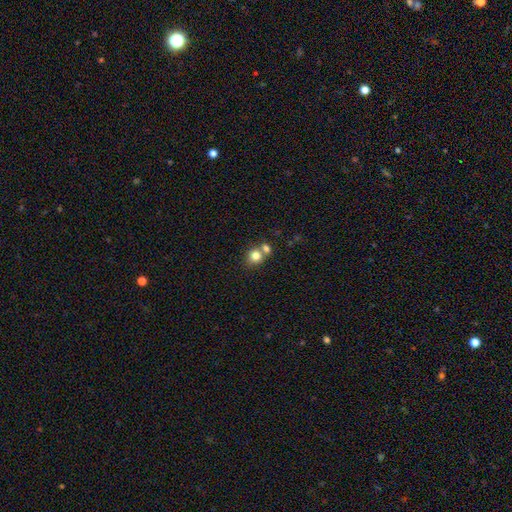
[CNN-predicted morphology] type=smooth (80%); roundness=round (79%); merging=none (47%).